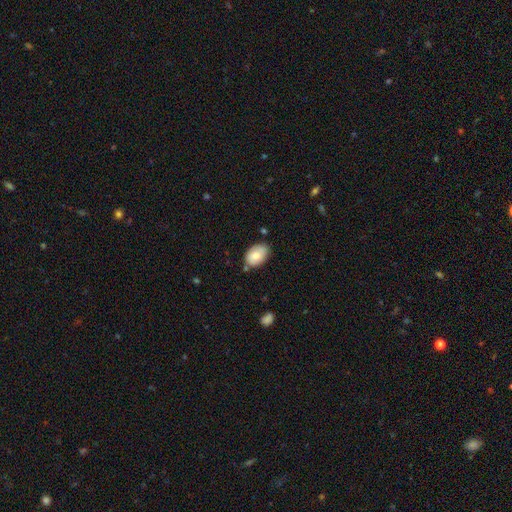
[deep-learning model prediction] This appears to be a smooth galaxy with no disk features (78%) that is in between round and cigar-shaped (87%). Merging: none (71%).